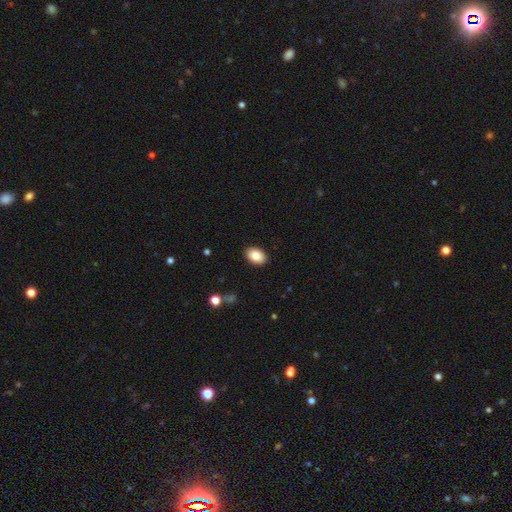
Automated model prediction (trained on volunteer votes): Smooth or featured?
  - smooth: 85% *
  - star or artifact: 7%
  - featured or disk: 7%
How rounded?
  - in between: 85% *
  - round: 14%
  - cigar-shaped: 1%
Merging?
  - none: 90% *
  - minor disturbance: 7%
  - major disturbance: 2%
  - merger: 1%